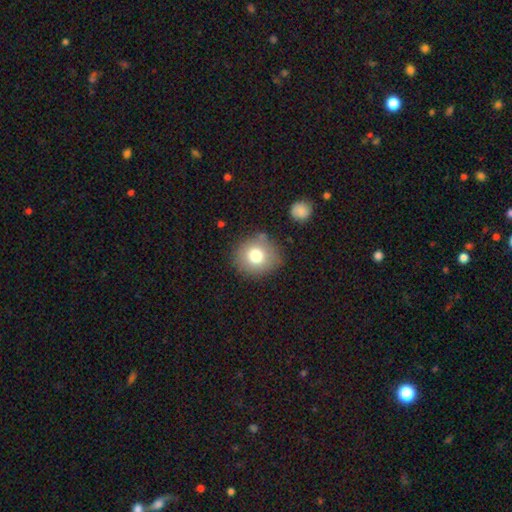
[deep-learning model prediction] This appears to be a smooth galaxy with no disk features (76%) that is round (85%). Merging: none (81%).